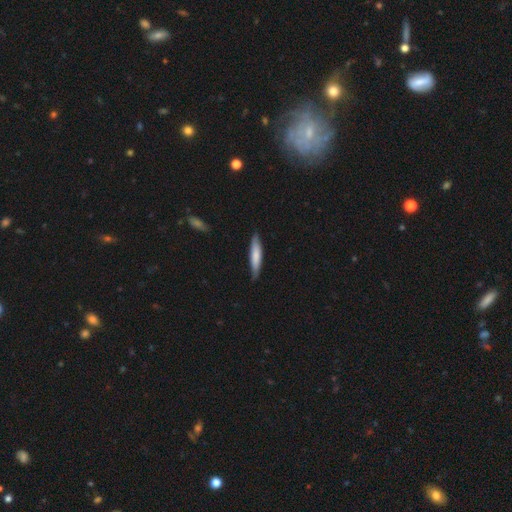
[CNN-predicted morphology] The model was most divided on "smooth or featured": smooth: 71%, featured or disk: 24%, star or artifact: 5%. More confident: how rounded — cigar-shaped (87%); merging — none (82%).